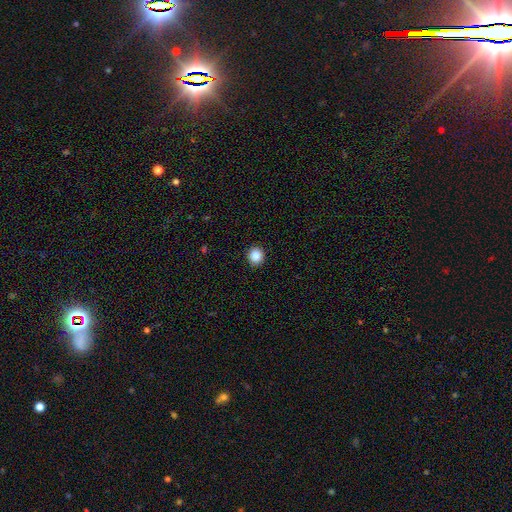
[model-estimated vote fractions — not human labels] A smooth galaxy with no disk features (88%) that is round (89%).

Vote fractions:
- Smooth or featured? smooth: 88% / star or artifact: 10% / featured or disk: 3%
- How rounded? round: 89% / in between: 10% / cigar-shaped: 1%
- Merging? none: 92% / minor disturbance: 5% / major disturbance: 2% / merger: 1%